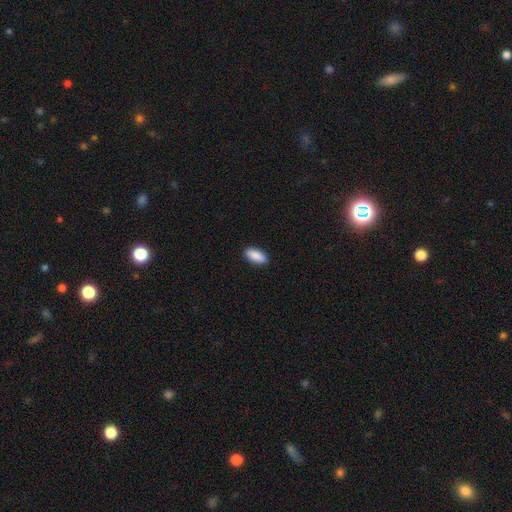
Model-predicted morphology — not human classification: Smooth or featured?
  - smooth: 91% *
  - star or artifact: 6%
  - featured or disk: 3%
How rounded?
  - in between: 89% *
  - cigar-shaped: 9%
  - round: 2%
Merging?
  - none: 91% *
  - minor disturbance: 7%
  - major disturbance: 2%
  - merger: 1%